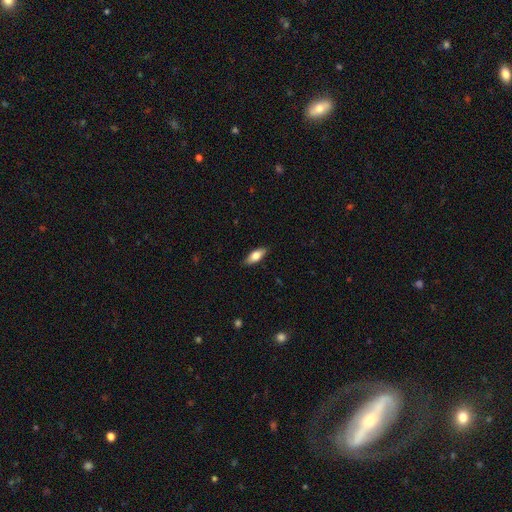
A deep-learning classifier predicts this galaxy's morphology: smooth-or-featured: smooth: 74% | featured or disk: 20% | star or artifact: 6%
  how-rounded: in between: 77% | cigar-shaped: 21% | round: 3%
  merging: none: 87% | minor disturbance: 10% | major disturbance: 2% | merger: 1%